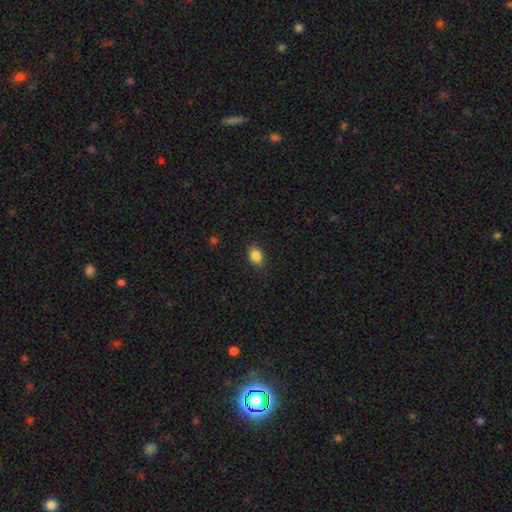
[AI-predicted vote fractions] smooth-or-featured: smooth: 86% | star or artifact: 9% | featured or disk: 5%
  how-rounded: in between: 76% | round: 22% | cigar-shaped: 2%
  merging: none: 84% | minor disturbance: 12% | major disturbance: 3% | merger: 1%